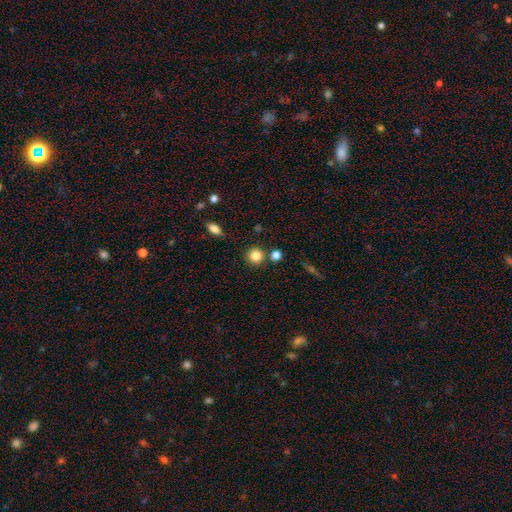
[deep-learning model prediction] Overall: smooth (84%). How rounded: round (92%). Merging: none (80%).